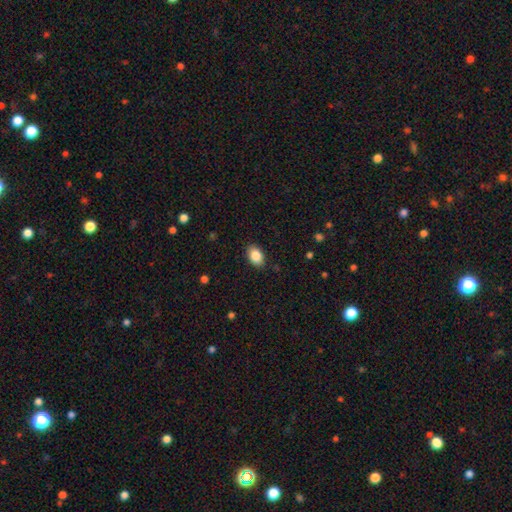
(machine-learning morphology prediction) type=smooth (87%); roundness=in between (85%); merging=none (88%).